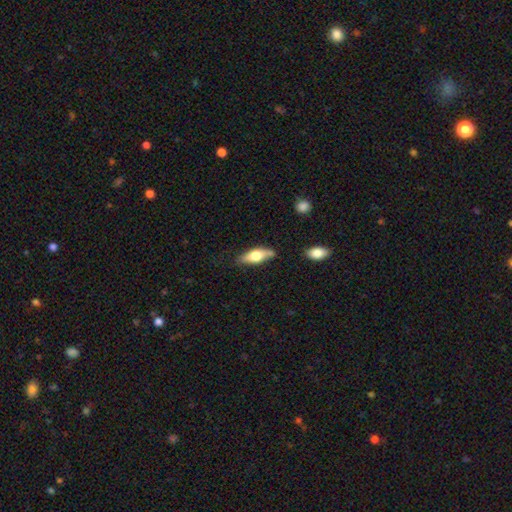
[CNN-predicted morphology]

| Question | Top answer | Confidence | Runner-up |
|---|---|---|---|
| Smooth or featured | smooth | 58% | featured or disk (35%) |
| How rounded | in between | 67% | cigar-shaped (30%) |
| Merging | none | 66% | minor disturbance (23%) |